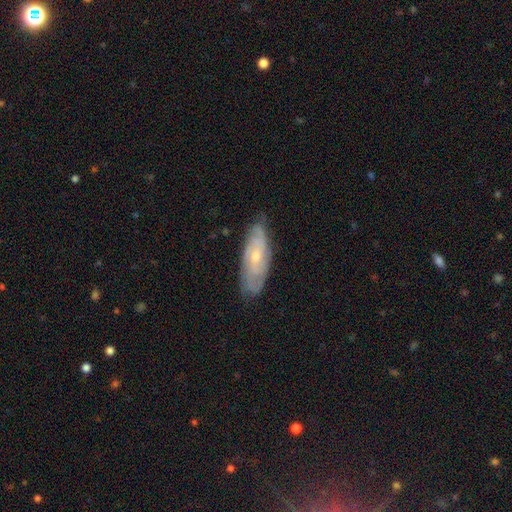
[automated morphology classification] A featured or disk galaxy (67%) with no bar (69%), spiral arms (87%) and a small central bulge (58%). Merging: none (77%).